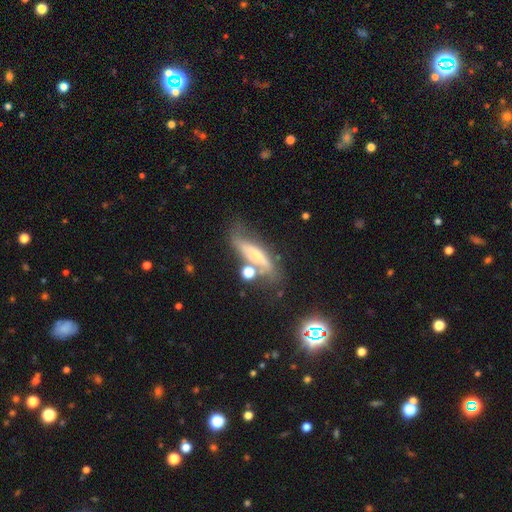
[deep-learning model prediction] A featured or disk galaxy (49%). Merging: none (46%).